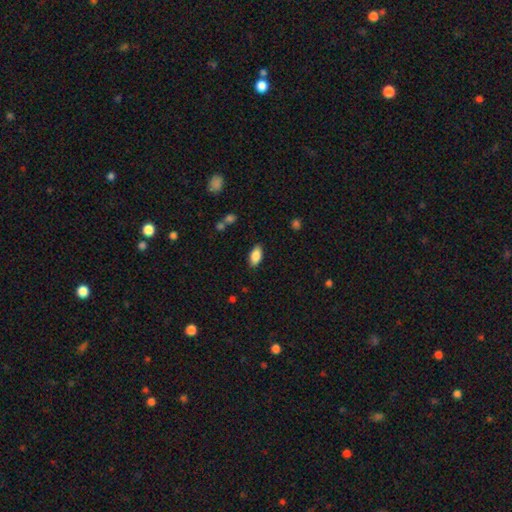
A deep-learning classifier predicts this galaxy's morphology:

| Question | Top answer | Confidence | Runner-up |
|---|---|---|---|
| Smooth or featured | smooth | 86% | star or artifact (7%) |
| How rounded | in between | 91% | cigar-shaped (6%) |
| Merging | none | 86% | minor disturbance (10%) |